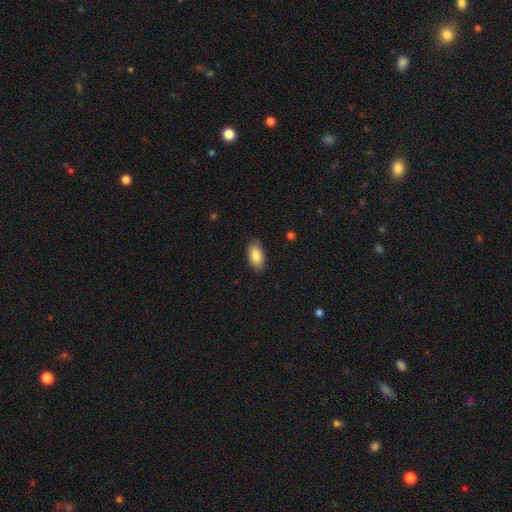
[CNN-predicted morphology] A smooth galaxy with no disk features (85%) that is in between round and cigar-shaped (93%). Merging: none (86%).